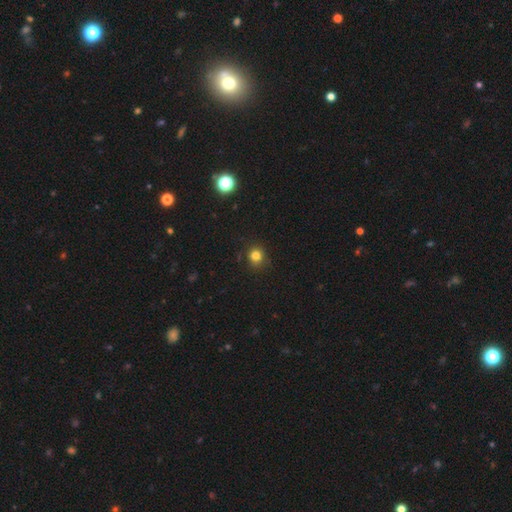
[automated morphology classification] Smooth or featured: smooth — 81% (star or artifact — 14%)
How rounded: round — 88% (in between — 11%)
Merging: none — 87% (minor disturbance — 9%)